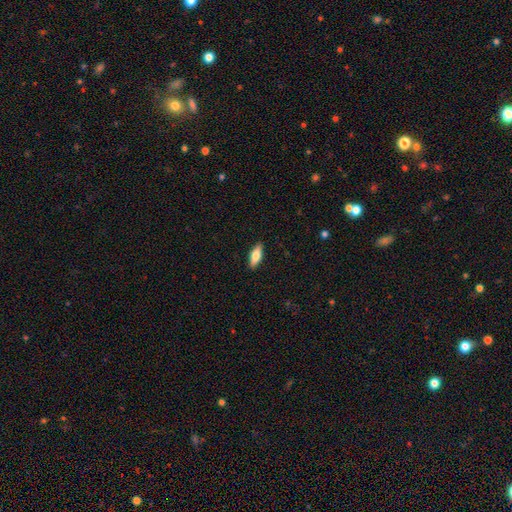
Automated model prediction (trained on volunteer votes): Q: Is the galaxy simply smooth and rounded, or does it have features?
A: smooth — 70%.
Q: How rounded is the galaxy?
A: in between — 69%.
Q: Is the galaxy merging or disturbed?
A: none — 90%.